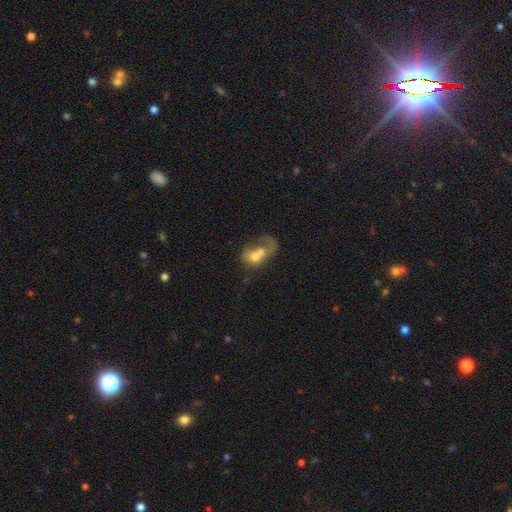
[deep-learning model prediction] A smooth galaxy with no disk features (48%). Merging: merger (64%).